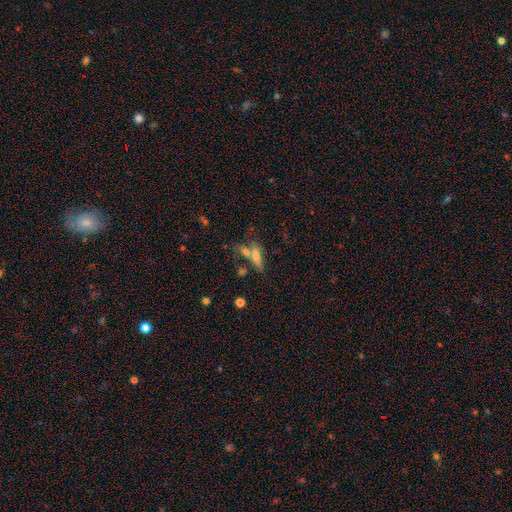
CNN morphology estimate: A smooth galaxy with no disk features (50%) that is cigar-shaped (58%).

Vote fractions:
- Smooth or featured? smooth: 50% / featured or disk: 37% / star or artifact: 13%
- How rounded? cigar-shaped: 58% / in between: 36% / round: 5%
- Merging? none: 41% / merger: 37% / minor disturbance: 13% / major disturbance: 9%